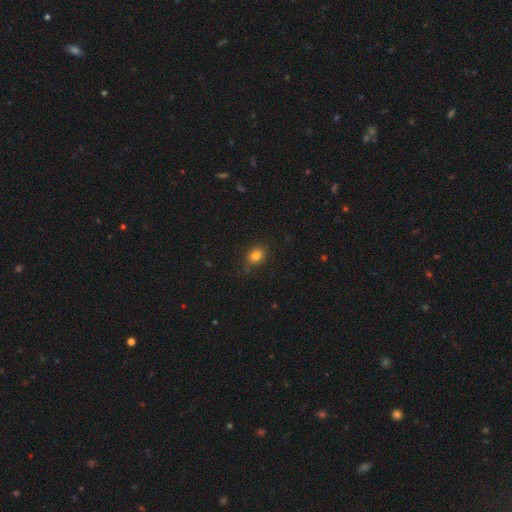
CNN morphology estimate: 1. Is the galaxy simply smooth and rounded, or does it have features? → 81% smooth, 12% star or artifact, 6% featured or disk.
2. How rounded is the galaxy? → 50% in between, 49% round, 1% cigar-shaped.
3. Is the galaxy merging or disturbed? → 81% none, 15% minor disturbance, 3% major disturbance, 2% merger.